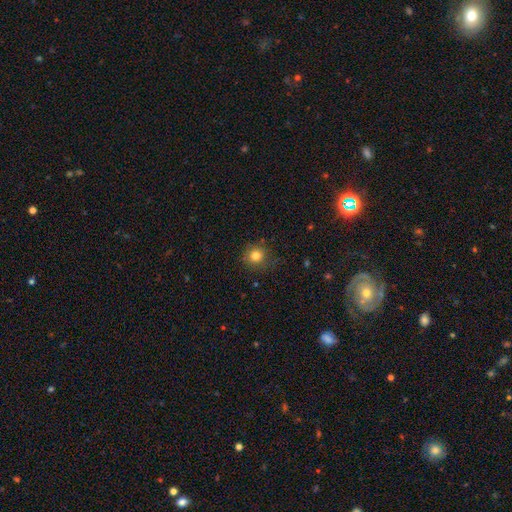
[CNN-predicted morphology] smooth-or-featured: smooth: 81% | star or artifact: 13% | featured or disk: 7%
  how-rounded: round: 92% | in between: 7% | cigar-shaped: 1%
  merging: none: 85% | minor disturbance: 11% | major disturbance: 3% | merger: 1%